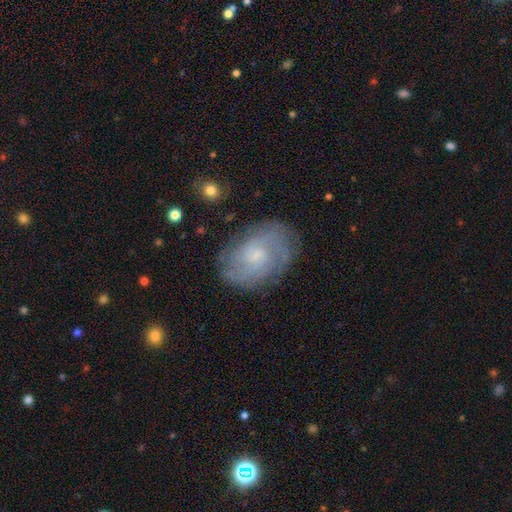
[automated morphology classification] Smooth or featured? featured or disk (72%)
Edge-on disk? no (97%)
Bar? no (58%)
Spiral arms? yes (91%)
Spiral winding? tight (49%)
Spiral arm count? can't tell (36%)
Bulge size? small (62%)
Merging? none (78%)